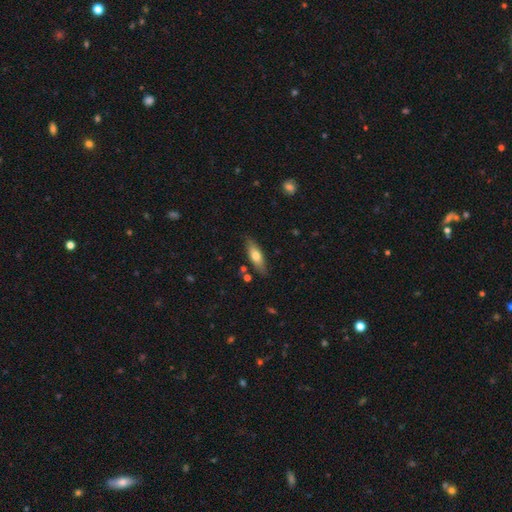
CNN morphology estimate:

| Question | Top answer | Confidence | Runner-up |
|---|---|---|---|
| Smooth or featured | smooth | 65% | featured or disk (29%) |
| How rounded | in between | 50% | cigar-shaped (47%) |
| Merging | none | 83% | minor disturbance (12%) |